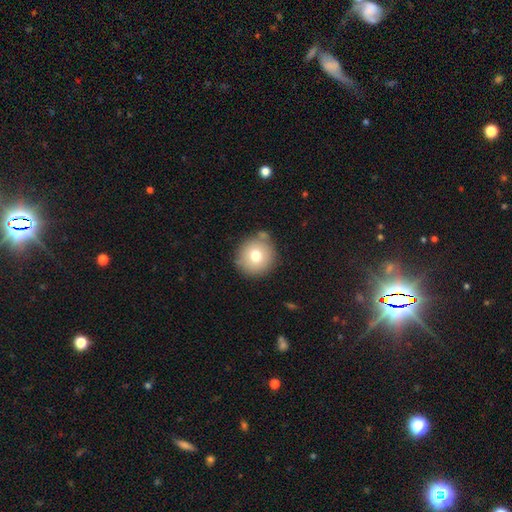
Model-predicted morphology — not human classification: smooth 73%, featured or disk 16%, star or artifact 10%. Down the decision tree: how rounded — round (93%); merging — none (79%).